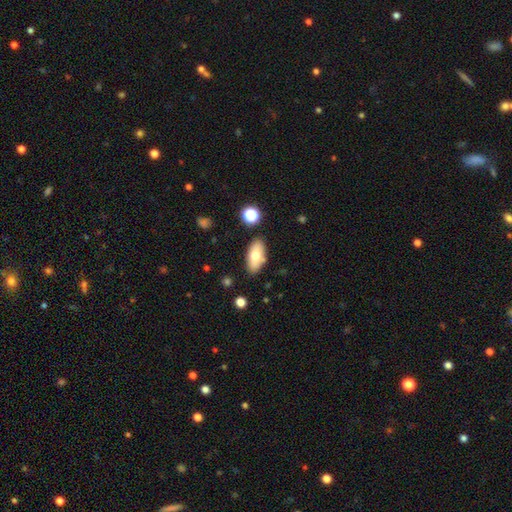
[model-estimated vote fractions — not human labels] Morphology: type=smooth (71%); roundness=in between (88%); merging=none (81%).